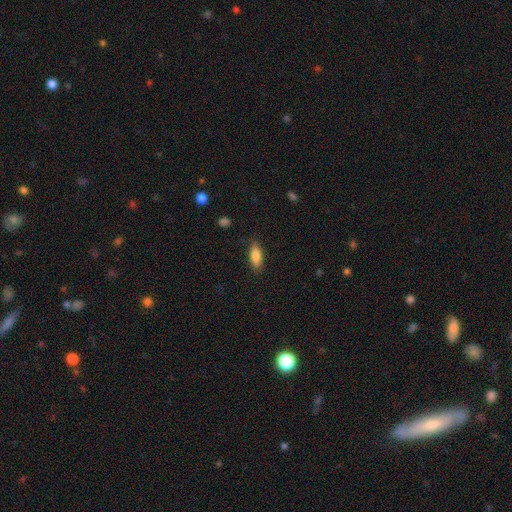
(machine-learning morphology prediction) type=smooth (83%); roundness=in between (71%); merging=none (83%).